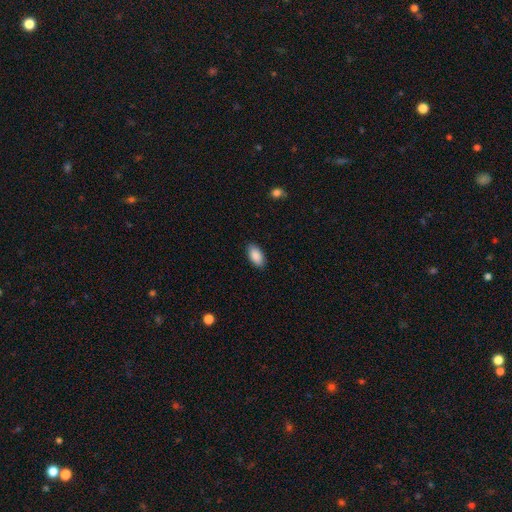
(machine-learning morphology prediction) smooth_or_featured: smooth (p=0.90) [alt: star or artifact p=0.07]
how_rounded: in between (p=0.94) [alt: cigar-shaped p=0.03]
merging: none (p=0.88) [alt: minor disturbance p=0.09]